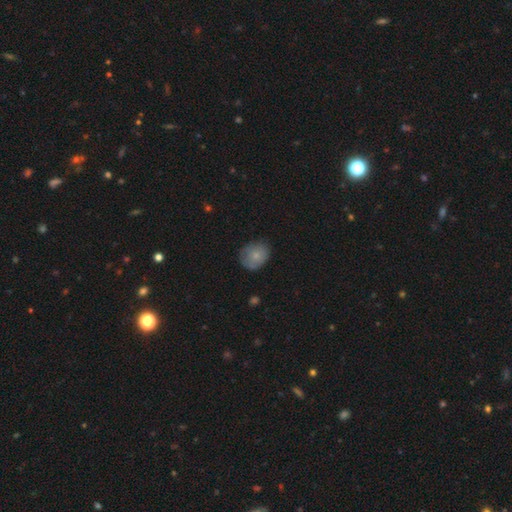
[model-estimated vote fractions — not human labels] smooth_or_featured: smooth (p=0.78) [alt: featured or disk p=0.14]
how_rounded: round (p=0.63) [alt: in between p=0.36]
merging: none (p=0.73) [alt: minor disturbance p=0.21]